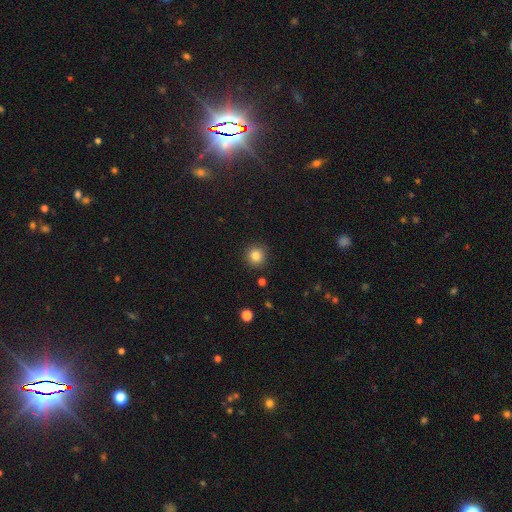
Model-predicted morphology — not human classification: Smooth or featured?
  - smooth: 83% *
  - star or artifact: 11%
  - featured or disk: 5%
How rounded?
  - round: 94% *
  - in between: 5%
  - cigar-shaped: 1%
Merging?
  - none: 91% *
  - minor disturbance: 6%
  - major disturbance: 2%
  - merger: 1%